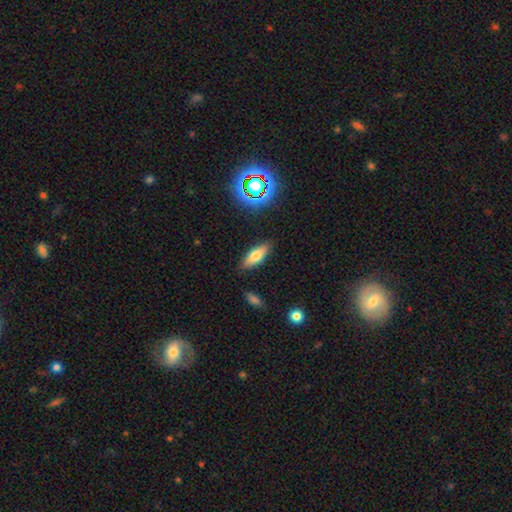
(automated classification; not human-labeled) smooth-or-featured: smooth: 68% | featured or disk: 22% | star or artifact: 10%
  how-rounded: in between: 63% | cigar-shaped: 34% | round: 3%
  merging: none: 86% | minor disturbance: 10% | major disturbance: 2% | merger: 2%